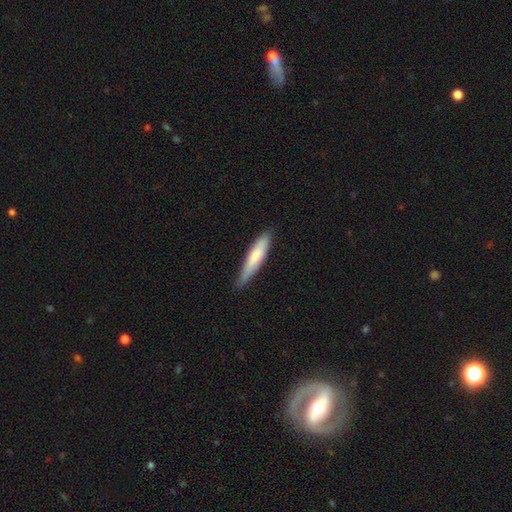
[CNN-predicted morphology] Q: Smooth or featured?
A: smooth (74%); runner-up: featured or disk (21%)
Q: How rounded?
A: cigar-shaped (82%); runner-up: in between (16%)
Q: Merging?
A: none (78%); runner-up: minor disturbance (18%)